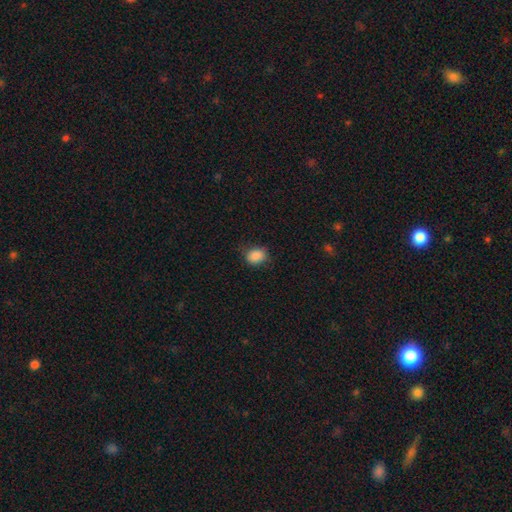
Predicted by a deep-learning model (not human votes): Overall: smooth (87%). How rounded: round (51%; in between 48%). Merging: none (77%).